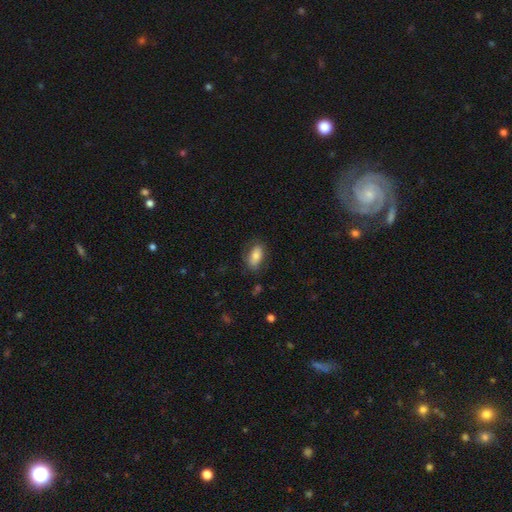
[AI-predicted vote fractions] The model was most divided on "merging": none: 75%, minor disturbance: 17%, major disturbance: 7%, merger: 1%. More confident: how rounded — in between (91%); smooth or featured — smooth (76%).